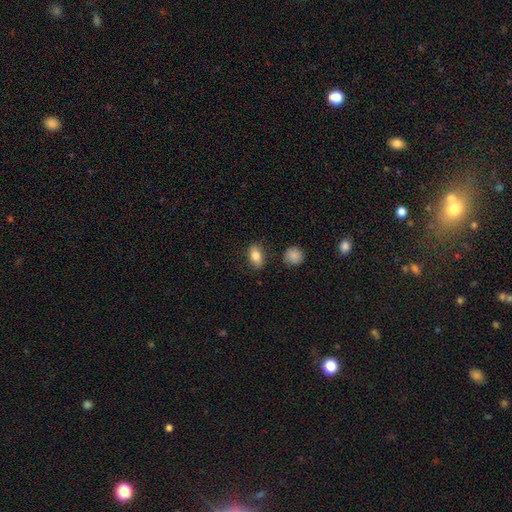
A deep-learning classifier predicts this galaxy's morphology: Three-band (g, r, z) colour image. It shows a smooth galaxy with no disk features (81%) that is in between round and cigar-shaped (84%). Merging: none (81%).